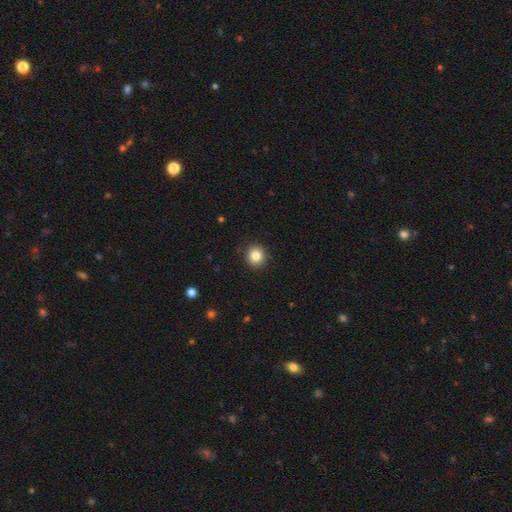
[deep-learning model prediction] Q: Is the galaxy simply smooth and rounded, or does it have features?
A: smooth — 84%.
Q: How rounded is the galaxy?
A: round — 92%.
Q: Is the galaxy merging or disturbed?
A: none — 91%.